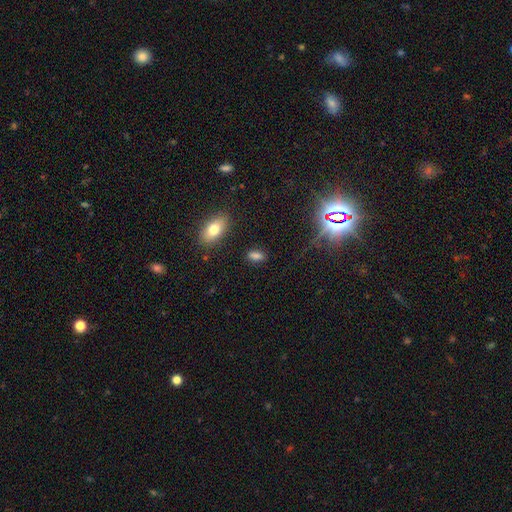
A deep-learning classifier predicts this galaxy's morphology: This is likely a smooth galaxy (76%). How rounded: clearly in between (81%). Merging: likely none (80%).